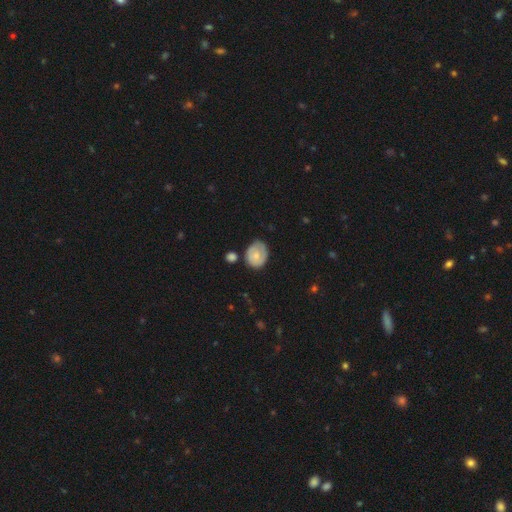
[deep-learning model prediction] smooth-or-featured: smooth: 65% | featured or disk: 28% | star or artifact: 7%
  how-rounded: round: 51% | in between: 48% | cigar-shaped: 1%
  merging: none: 61% | minor disturbance: 27% | major disturbance: 6% | merger: 6%